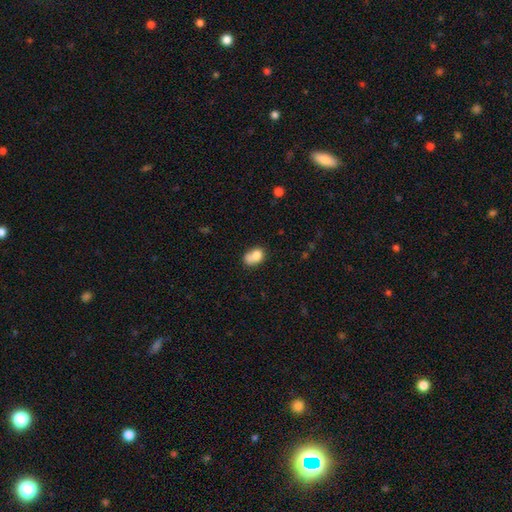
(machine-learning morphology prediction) Smooth or featured: smooth — 75% (featured or disk — 16%)
How rounded: in between — 61% (round — 38%)
Merging: merger — 41% (none — 33%)